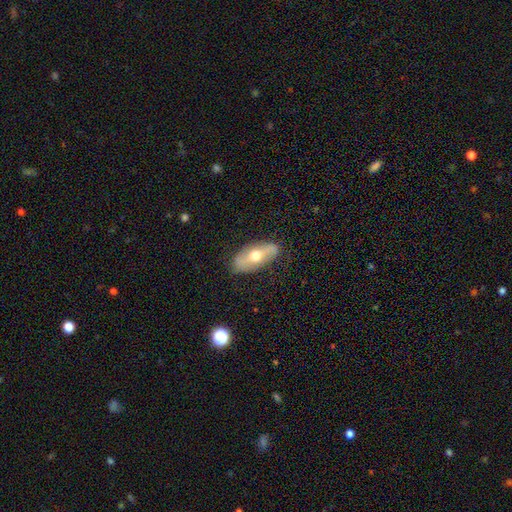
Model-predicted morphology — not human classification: Smooth or featured? Predicted: featured or disk (p=0.51). Edge-on disk? Predicted: no (p=0.74). Merging? Predicted: none (p=0.81).